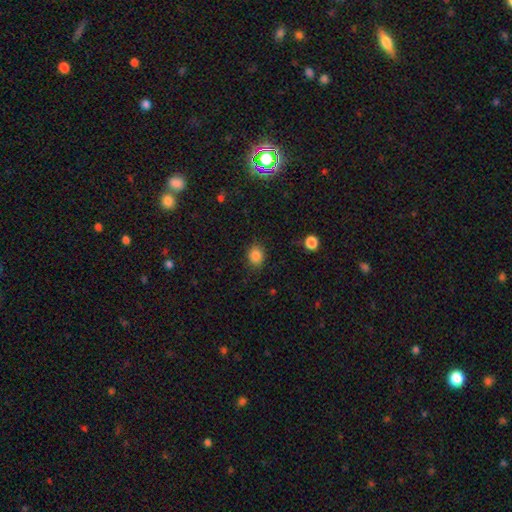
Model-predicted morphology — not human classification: type=smooth (86%); roundness=round (63%); merging=none (84%).